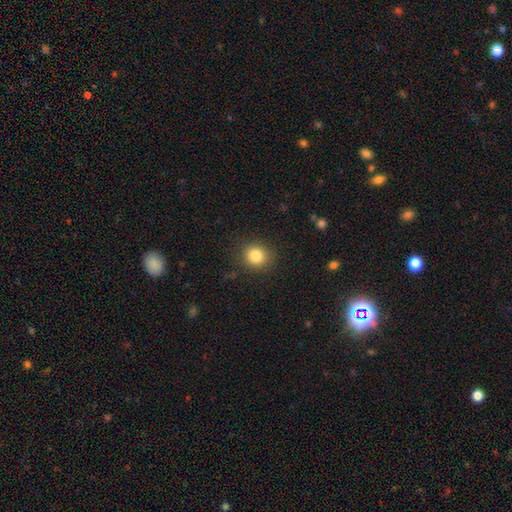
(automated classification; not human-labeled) The model was most divided on "how rounded": round: 86%, in between: 13%, cigar-shaped: 1%. More confident: merging — none (88%); smooth or featured — smooth (84%).